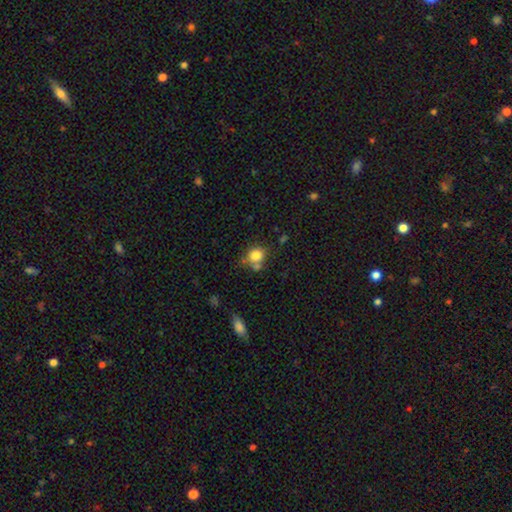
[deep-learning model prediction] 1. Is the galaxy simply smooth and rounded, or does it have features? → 81% smooth, 11% star or artifact, 9% featured or disk.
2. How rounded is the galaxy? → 77% round, 22% in between, 1% cigar-shaped.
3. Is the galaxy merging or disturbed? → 57% none, 21% merger, 17% minor disturbance, 6% major disturbance.